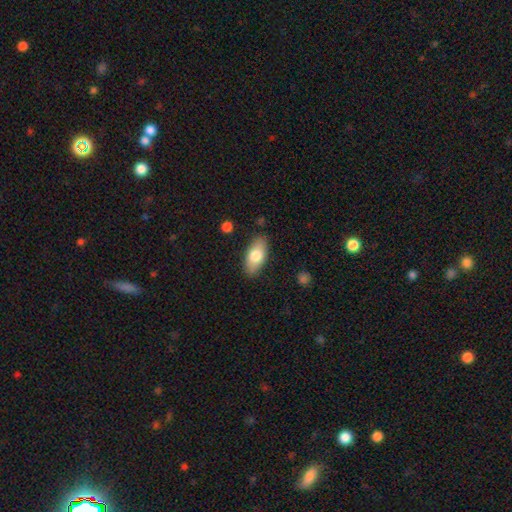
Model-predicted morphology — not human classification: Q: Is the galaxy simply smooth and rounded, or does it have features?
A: smooth — 77%.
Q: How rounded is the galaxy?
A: in between — 90%.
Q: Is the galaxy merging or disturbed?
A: none — 85%.